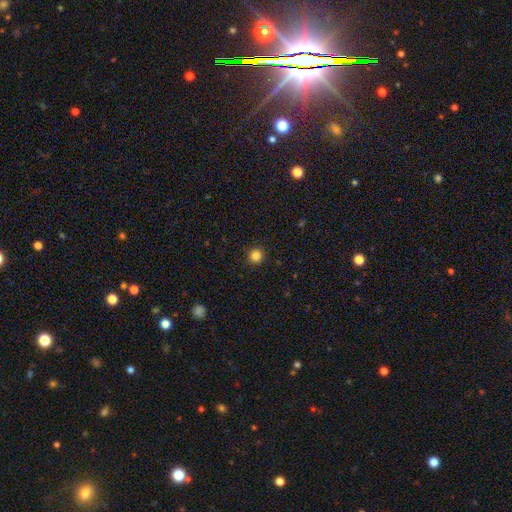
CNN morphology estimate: smooth_or_featured: smooth (p=0.84) [alt: star or artifact p=0.12]
how_rounded: round (p=0.95) [alt: in between p=0.04]
merging: none (p=0.92) [alt: minor disturbance p=0.05]